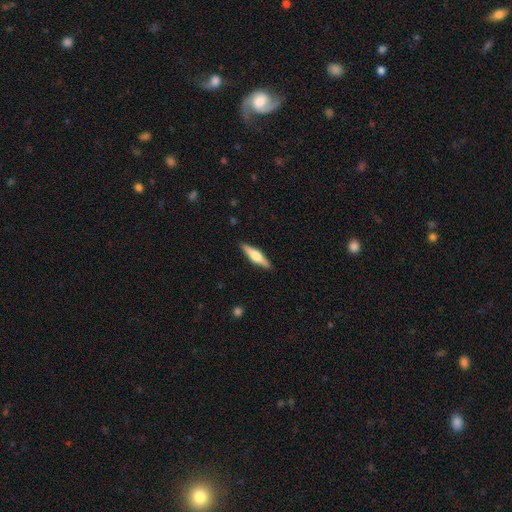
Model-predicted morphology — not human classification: Q: Smooth or featured?
A: featured or disk (53%); runner-up: smooth (42%)
Q: Edge-on disk?
A: yes (96%); runner-up: no (4%)
Q: Edge-on bulge?
A: rounded (90%); runner-up: boxy (7%)
Q: Merging?
A: none (90%); runner-up: minor disturbance (7%)